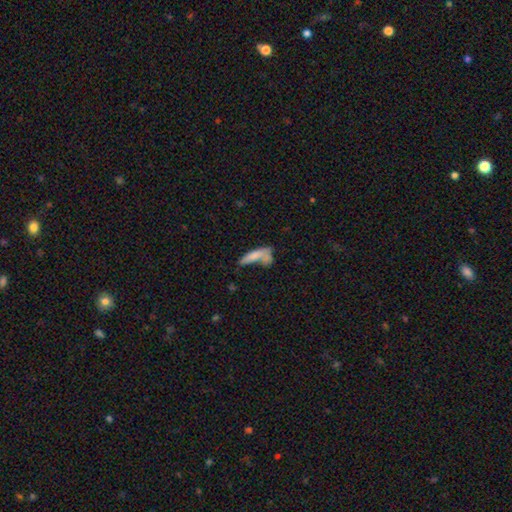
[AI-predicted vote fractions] A smooth galaxy with no disk features (70%) that is cigar-shaped (62%). Merging: merger (37%).